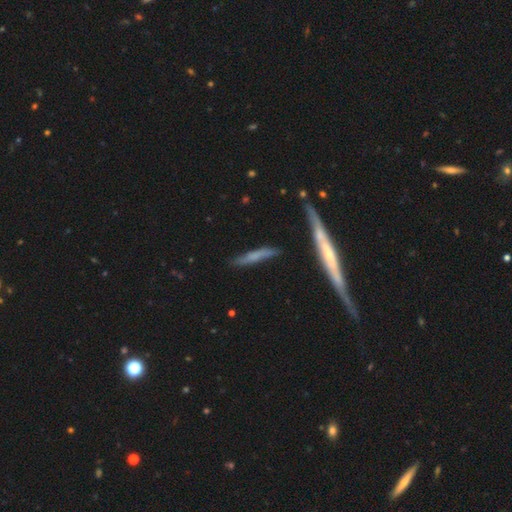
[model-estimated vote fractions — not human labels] smooth-or-featured: smooth: 50% | featured or disk: 43% | star or artifact: 7%
  how-rounded: cigar-shaped: 90% | in between: 8% | round: 2%
  merging: none: 72% | minor disturbance: 19% | major disturbance: 5% | merger: 4%